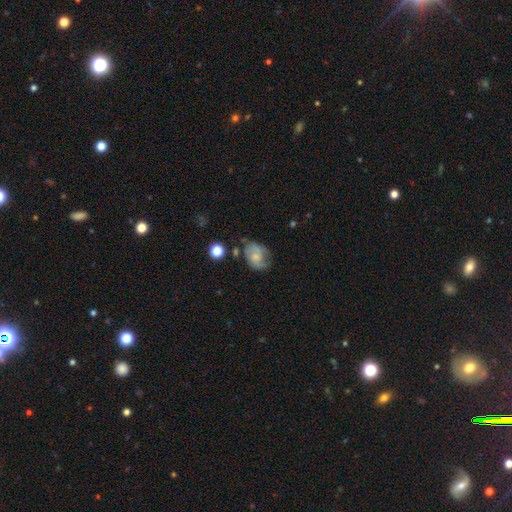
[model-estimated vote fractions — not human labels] Morphology: type=featured or disk (55%); edge-on=no (97%); bar=no (68%); spiral arms=yes (79%); bulge=small (51%); merging=none (50%).